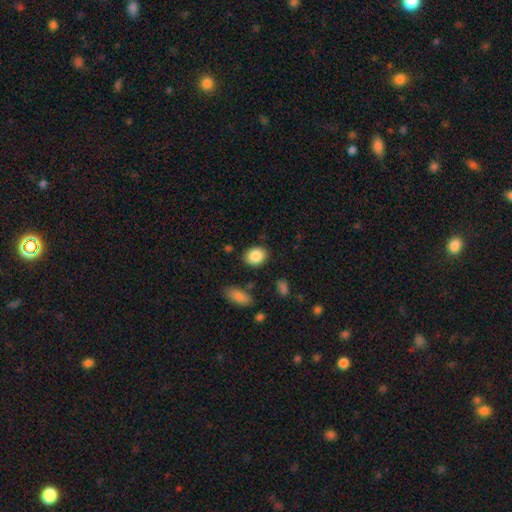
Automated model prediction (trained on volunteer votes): Overall: smooth (86%). How rounded: in between (50%; round 49%). Merging: none (85%).